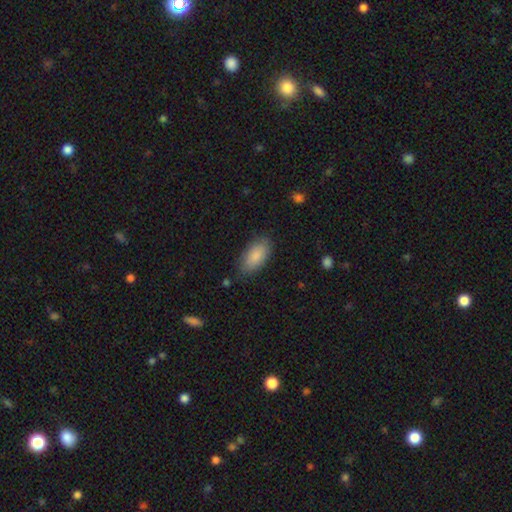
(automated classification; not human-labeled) A smooth galaxy with no disk features (87%) that is in between round and cigar-shaped (92%). Merging: none (79%).